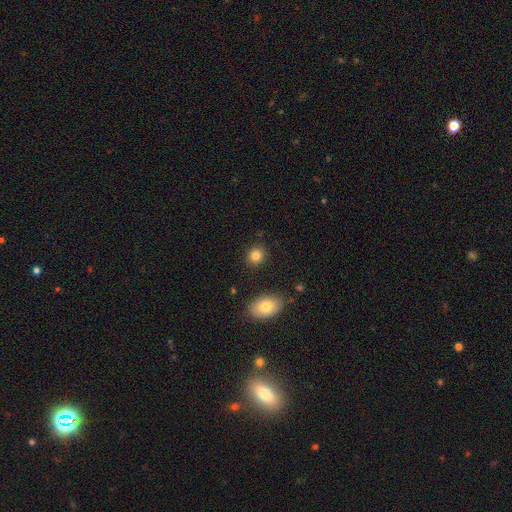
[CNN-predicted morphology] smooth_or_featured: smooth (p=0.83) [alt: star or artifact p=0.10]
how_rounded: round (p=0.71) [alt: in between p=0.28]
merging: none (p=0.88) [alt: minor disturbance p=0.07]